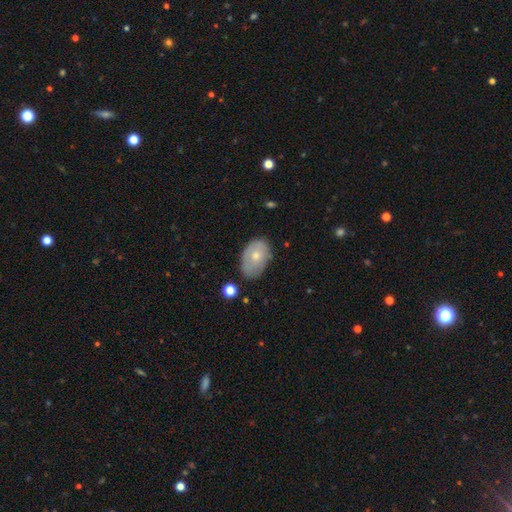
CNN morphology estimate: This is likely a smooth galaxy (61%). How rounded: clearly in between (84%). Merging: likely none (64%).